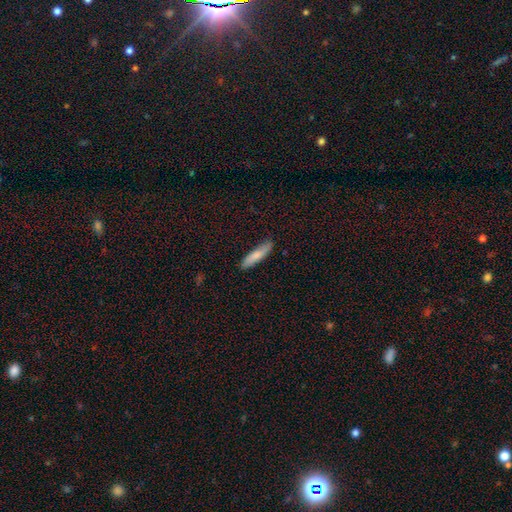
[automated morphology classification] Q: Smooth or featured?
A: smooth (79%); runner-up: featured or disk (16%)
Q: How rounded?
A: cigar-shaped (79%); runner-up: in between (20%)
Q: Merging?
A: none (85%); runner-up: minor disturbance (12%)